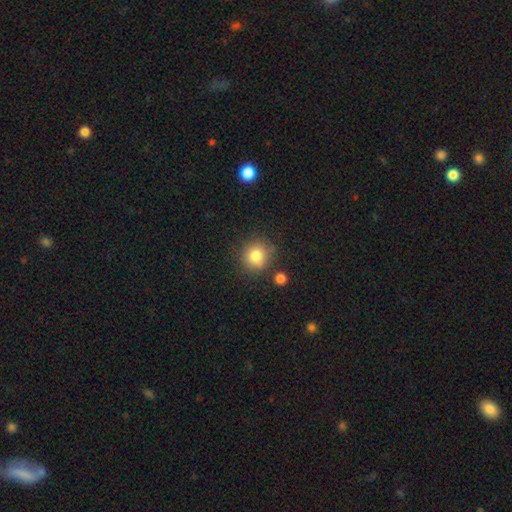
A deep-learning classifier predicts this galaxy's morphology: Smooth or featured?
  - smooth: 82% *
  - star or artifact: 11%
  - featured or disk: 7%
How rounded?
  - round: 88% *
  - in between: 11%
  - cigar-shaped: 1%
Merging?
  - none: 79% *
  - minor disturbance: 12%
  - merger: 6%
  - major disturbance: 3%